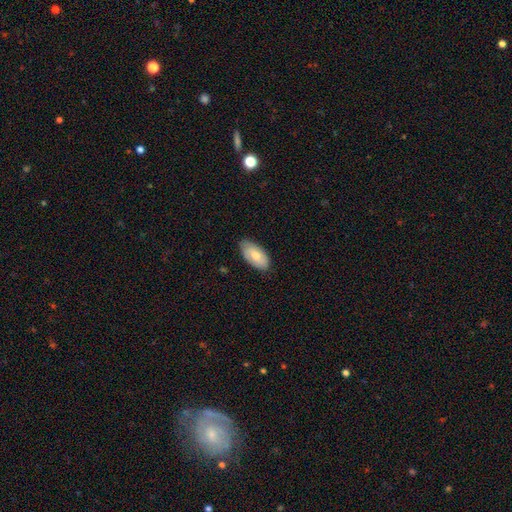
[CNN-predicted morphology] smooth_or_featured: smooth (p=0.75) [alt: featured or disk p=0.19]
how_rounded: in between (p=0.94) [alt: cigar-shaped p=0.04]
merging: none (p=0.78) [alt: minor disturbance p=0.19]